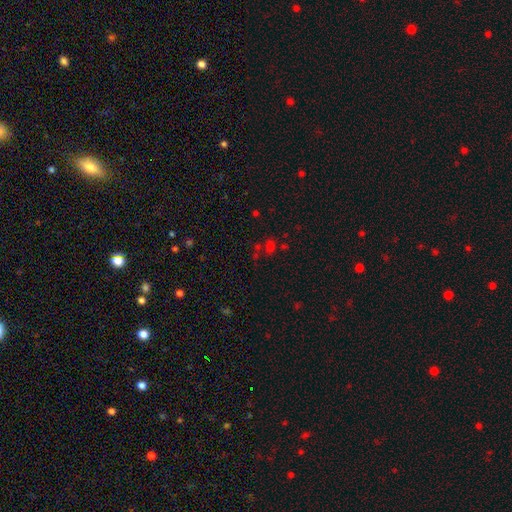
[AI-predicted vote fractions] This is possibly a smooth galaxy (46%). Merging: possibly none (51%).